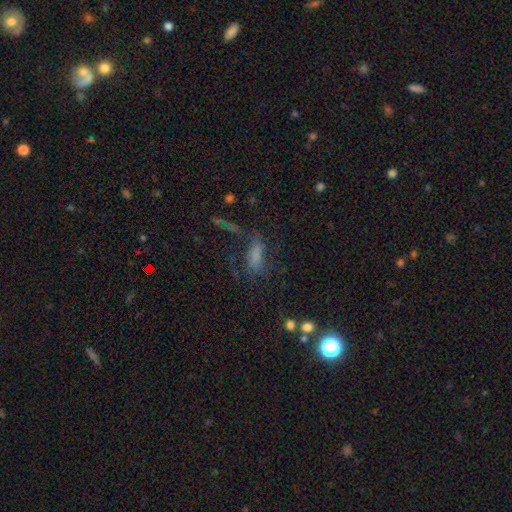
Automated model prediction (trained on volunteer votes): Morphology: type=smooth (56%); roundness=in between (72%); merging=none (43%).